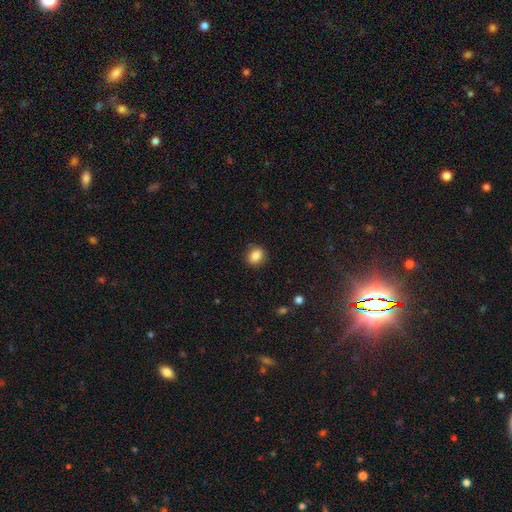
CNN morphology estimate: Smooth or featured? Predicted: smooth (p=0.86). How rounded? Predicted: round (p=0.62). Merging? Predicted: none (p=0.86).